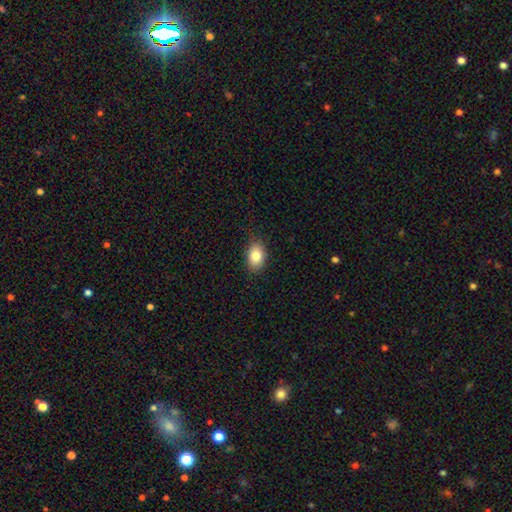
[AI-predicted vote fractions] This appears to be a smooth galaxy with no disk features (85%) that is in between round and cigar-shaped (85%). Merging: none (85%).